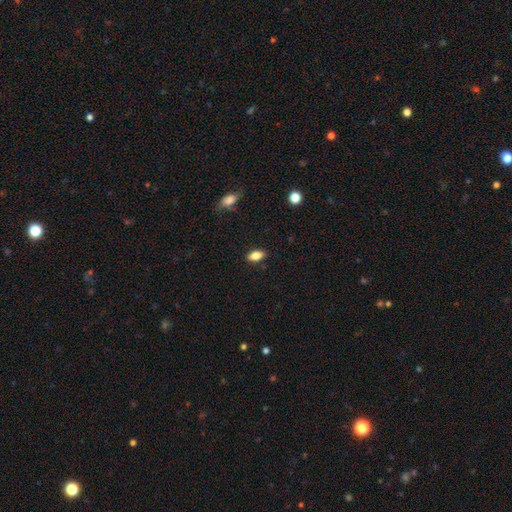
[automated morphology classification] smooth-or-featured: smooth: 79% | featured or disk: 12% | star or artifact: 8%
  how-rounded: in between: 88% | cigar-shaped: 8% | round: 4%
  merging: none: 88% | minor disturbance: 9% | major disturbance: 2% | merger: 1%